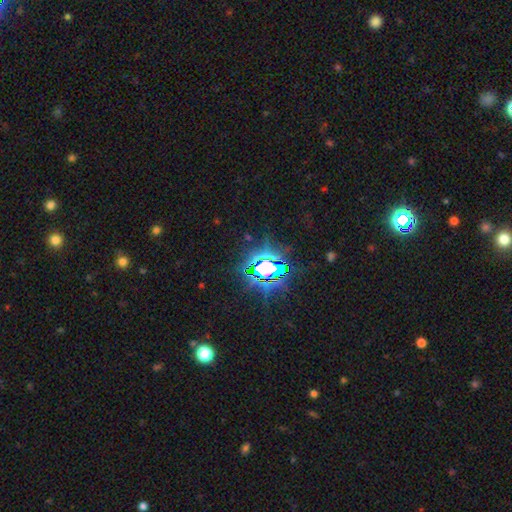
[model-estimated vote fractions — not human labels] This appears to be a star or artifact, not a galaxy (81%).